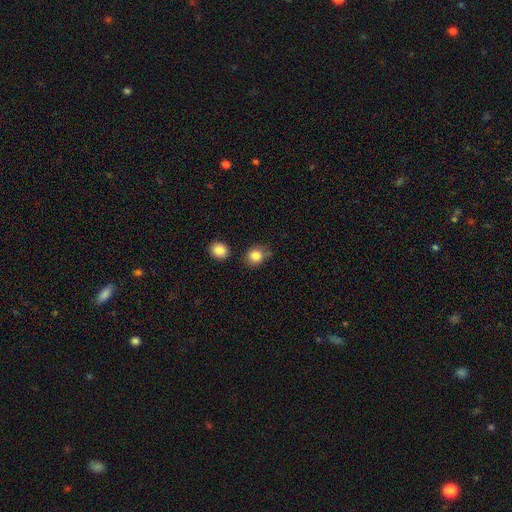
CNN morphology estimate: Smooth or featured? Predicted: smooth (p=0.85). How rounded? Predicted: round (p=0.75). Merging? Predicted: none (p=0.72).